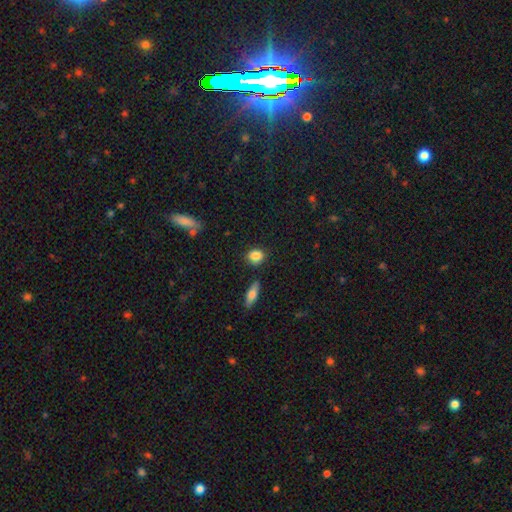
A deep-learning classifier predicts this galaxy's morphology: Smooth or featured: smooth — 86% (star or artifact — 8%)
How rounded: round — 55% (in between — 42%)
Merging: none — 81% (minor disturbance — 12%)